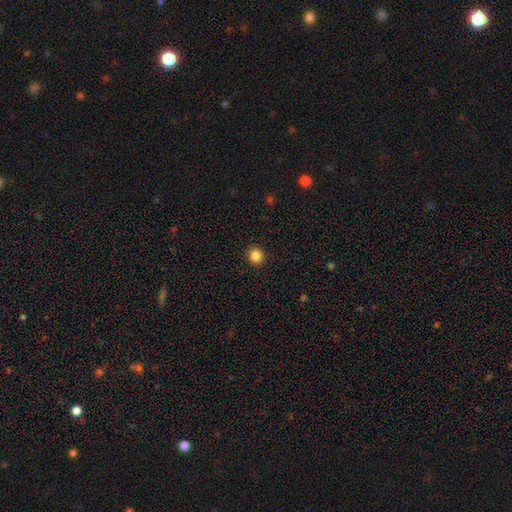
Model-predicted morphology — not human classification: Overall: smooth (85%). How rounded: round (90%). Merging: none (93%).